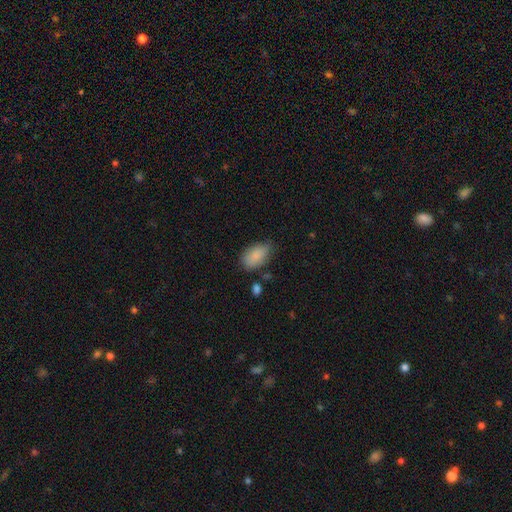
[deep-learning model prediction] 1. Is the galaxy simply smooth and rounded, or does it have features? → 86% smooth, 7% featured or disk, 7% star or artifact.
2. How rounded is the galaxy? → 92% in between, 5% round, 2% cigar-shaped.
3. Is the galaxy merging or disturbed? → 65% none, 26% minor disturbance, 5% major disturbance, 3% merger.